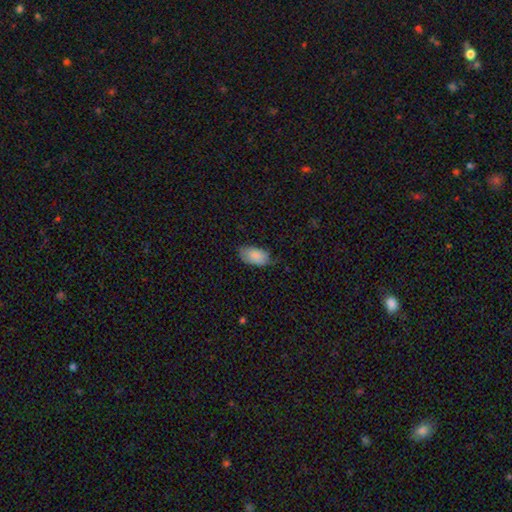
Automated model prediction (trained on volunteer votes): Smooth or featured?
  - smooth: 85% *
  - featured or disk: 9%
  - star or artifact: 6%
How rounded?
  - in between: 95% *
  - round: 3%
  - cigar-shaped: 2%
Merging?
  - none: 67% *
  - minor disturbance: 27%
  - major disturbance: 5%
  - merger: 1%